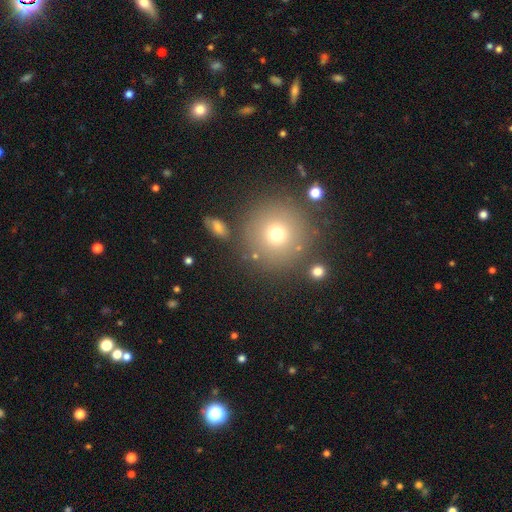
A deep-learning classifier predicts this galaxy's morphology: Smooth or featured?
  - smooth: 66% *
  - star or artifact: 22%
  - featured or disk: 13%
How rounded?
  - round: 94% *
  - in between: 5%
  - cigar-shaped: 1%
Merging?
  - none: 84% *
  - minor disturbance: 8%
  - merger: 5%
  - major disturbance: 3%